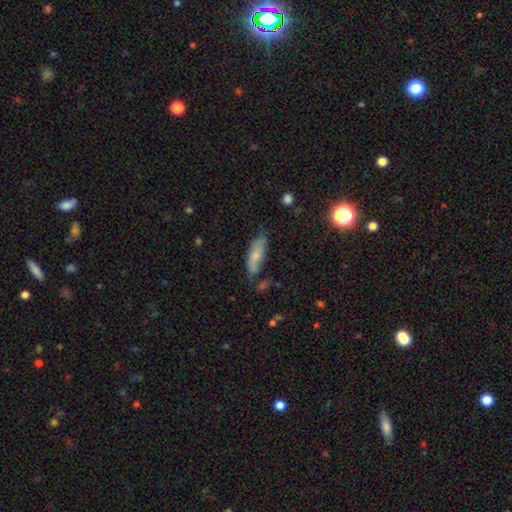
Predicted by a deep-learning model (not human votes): Smooth or featured? smooth (62%)
How rounded? in between (59%)
Merging? none (59%)